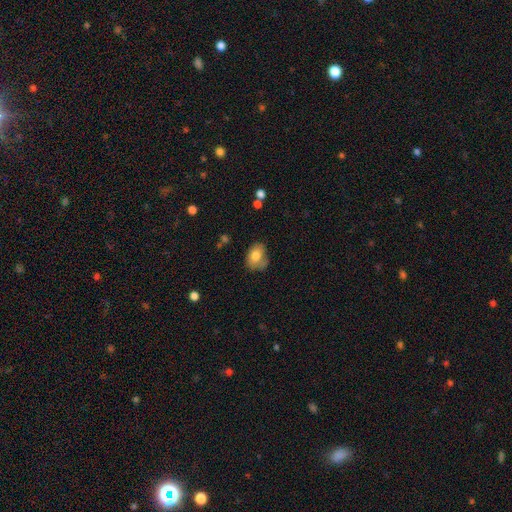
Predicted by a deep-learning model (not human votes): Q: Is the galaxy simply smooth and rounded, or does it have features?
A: smooth — 77%.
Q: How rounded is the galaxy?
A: in between — 73%.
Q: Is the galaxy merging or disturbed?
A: none — 56%.